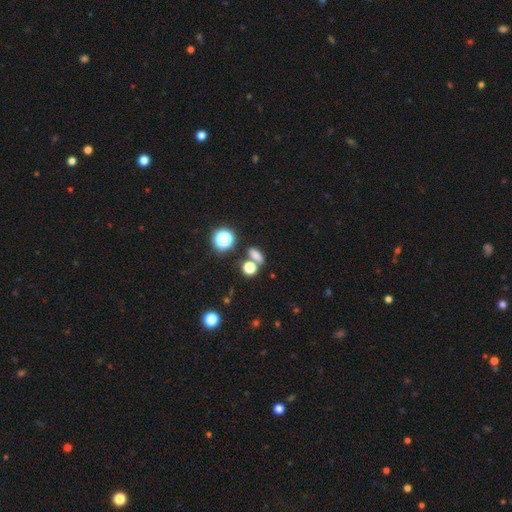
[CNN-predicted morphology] Q: Smooth or featured?
A: smooth (70%); runner-up: star or artifact (22%)
Q: How rounded?
A: in between (59%); runner-up: round (31%)
Q: Merging?
A: none (61%); runner-up: merger (22%)